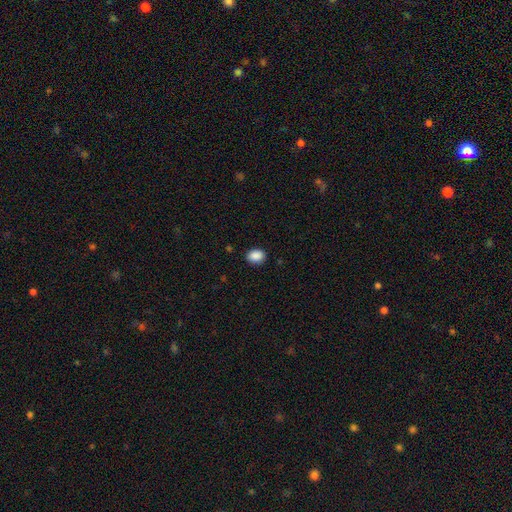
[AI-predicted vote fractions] Smooth or featured: smooth — 89% (star or artifact — 8%)
How rounded: in between — 57% (round — 42%)
Merging: none — 88% (minor disturbance — 9%)